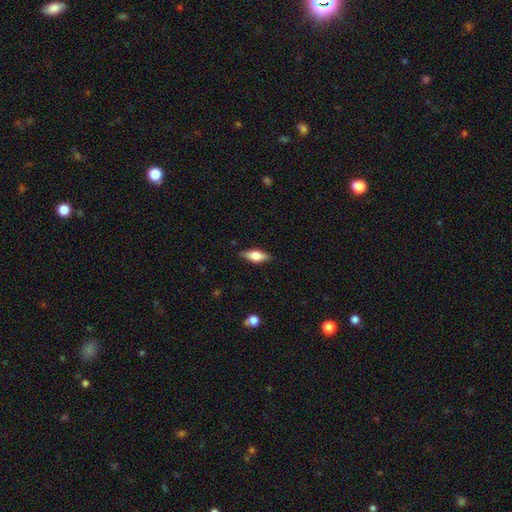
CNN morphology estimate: Q: Smooth or featured?
A: smooth (66%); runner-up: featured or disk (28%)
Q: How rounded?
A: in between (70%); runner-up: cigar-shaped (27%)
Q: Merging?
A: none (86%); runner-up: minor disturbance (10%)